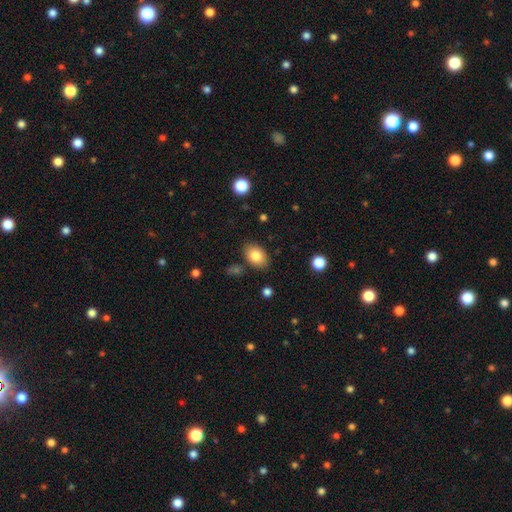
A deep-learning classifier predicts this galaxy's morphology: Overall: smooth (82%). How rounded: in between (84%). Merging: none (83%).